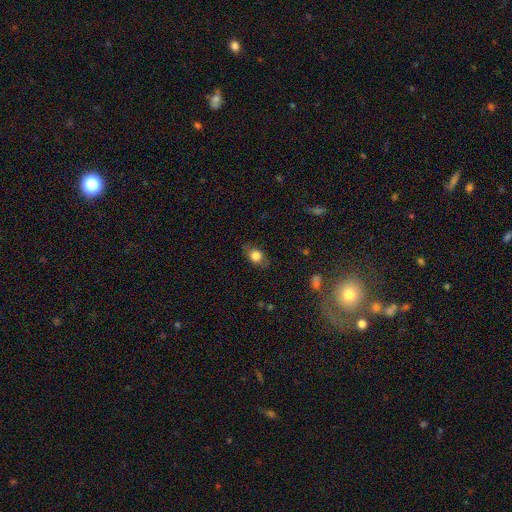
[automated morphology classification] Smooth or featured?
  - smooth: 78% *
  - featured or disk: 13%
  - star or artifact: 9%
How rounded?
  - in between: 62% *
  - round: 36%
  - cigar-shaped: 3%
Merging?
  - none: 79% *
  - minor disturbance: 15%
  - major disturbance: 4%
  - merger: 1%